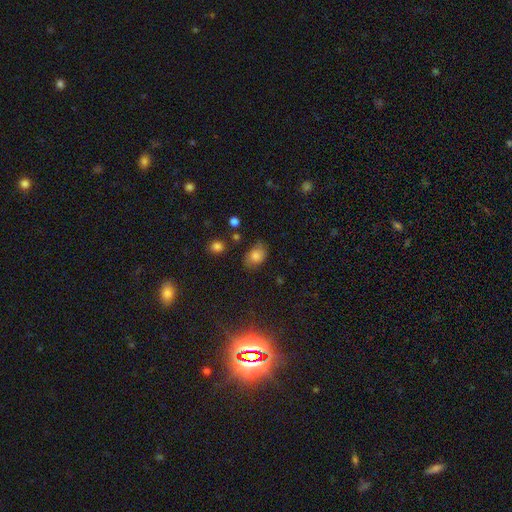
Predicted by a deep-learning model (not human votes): Smooth or featured: smooth — 74% (featured or disk — 14%)
How rounded: in between — 74% (round — 25%)
Merging: none — 69% (minor disturbance — 23%)